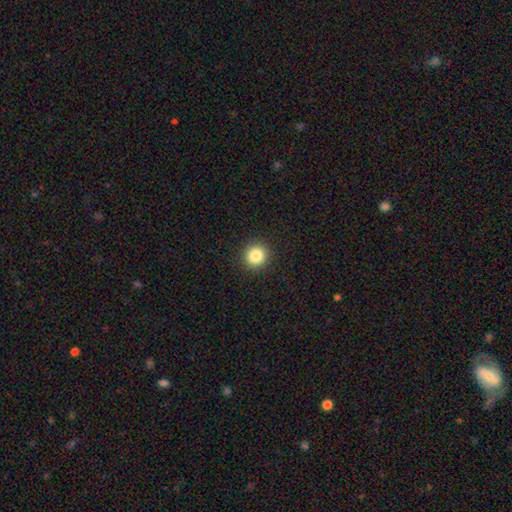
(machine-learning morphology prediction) smooth_or_featured: smooth (p=0.85) [alt: star or artifact p=0.11]
how_rounded: round (p=0.93) [alt: in between p=0.07]
merging: none (p=0.92) [alt: minor disturbance p=0.05]